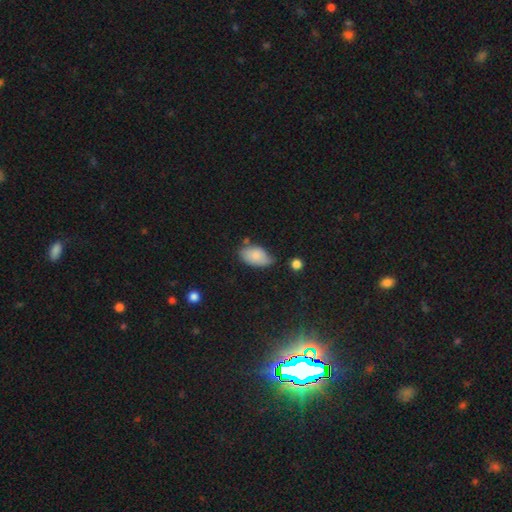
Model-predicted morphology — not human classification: A smooth galaxy with no disk features (76%) that is in between round and cigar-shaped (92%). Merging: none (49%).